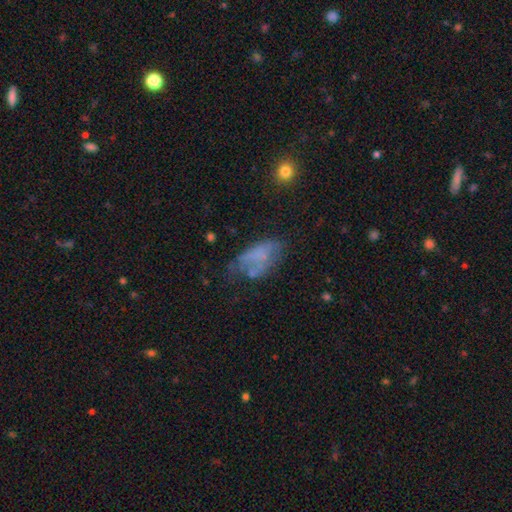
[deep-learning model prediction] A smooth galaxy with no disk features (47%). Merging: none (36%).